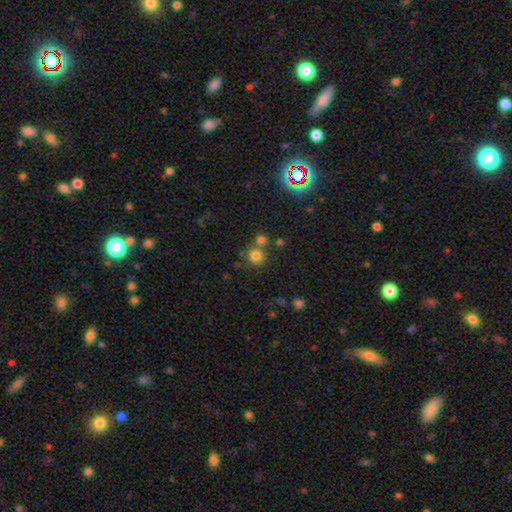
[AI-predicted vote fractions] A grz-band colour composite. It shows a smooth galaxy with no disk features (76%) that is round (92%). Merging: none (65%).